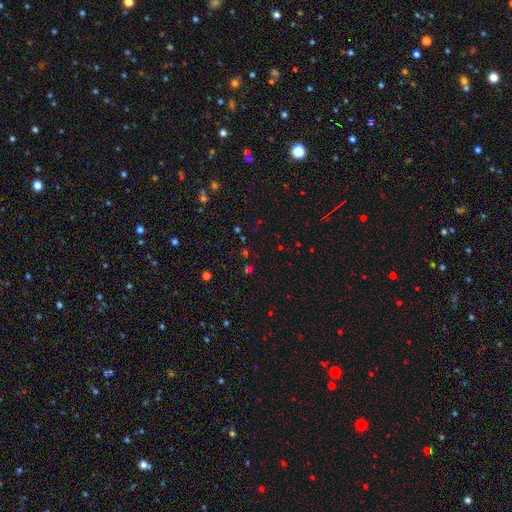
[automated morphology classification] This appears to be a star or artifact, not a galaxy (51%).